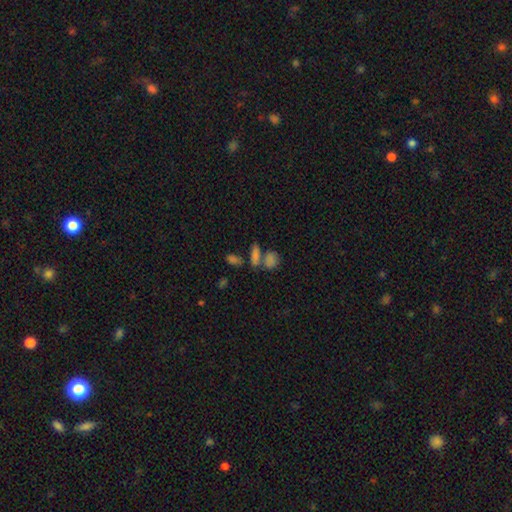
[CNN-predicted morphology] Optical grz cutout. It shows a smooth galaxy with no disk features (73%) that is in between round and cigar-shaped (59%). Merging: none (46%).